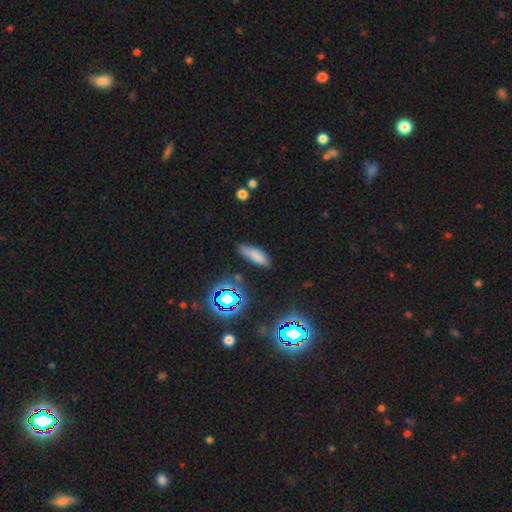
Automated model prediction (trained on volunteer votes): Smooth or featured?
  - smooth: 74% *
  - star or artifact: 16%
  - featured or disk: 10%
How rounded?
  - in between: 61% *
  - cigar-shaped: 36%
  - round: 3%
Merging?
  - none: 77% *
  - minor disturbance: 17%
  - major disturbance: 4%
  - merger: 3%